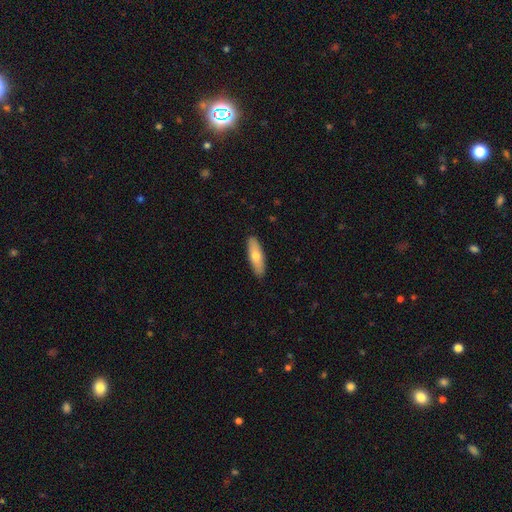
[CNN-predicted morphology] type=smooth (68%); roundness=in between (50%); merging=none (89%).